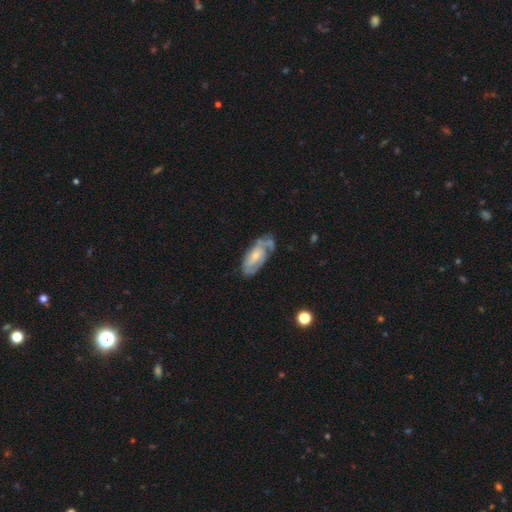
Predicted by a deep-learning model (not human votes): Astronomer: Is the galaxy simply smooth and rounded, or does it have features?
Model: featured or disk — 64%.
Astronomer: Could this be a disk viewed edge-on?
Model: no — 91%.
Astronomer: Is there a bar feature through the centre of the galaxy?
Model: no — 61%.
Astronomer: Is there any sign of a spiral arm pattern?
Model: yes — 78%.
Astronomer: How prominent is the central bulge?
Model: small — 50% (runner-up: moderate, 39%).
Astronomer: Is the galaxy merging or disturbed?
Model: none — 48% (runner-up: minor disturbance, 29%).